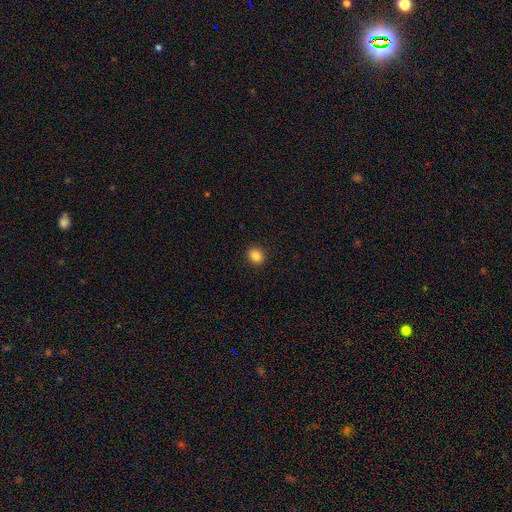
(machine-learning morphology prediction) Overall: smooth (86%). How rounded: round (56%; in between 43%). Merging: none (91%).